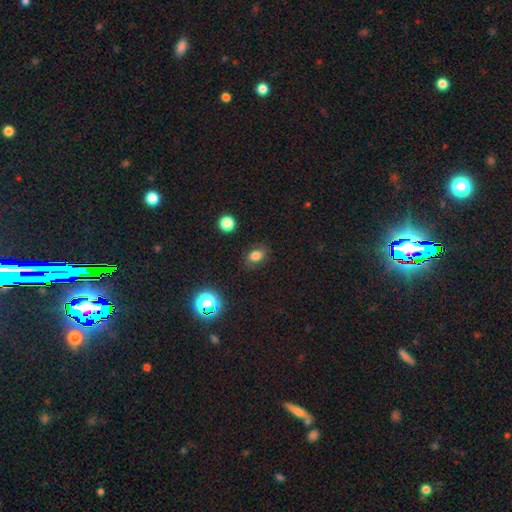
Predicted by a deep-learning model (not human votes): Smooth or featured? smooth (73%)
How rounded? in between (75%)
Merging? none (79%)